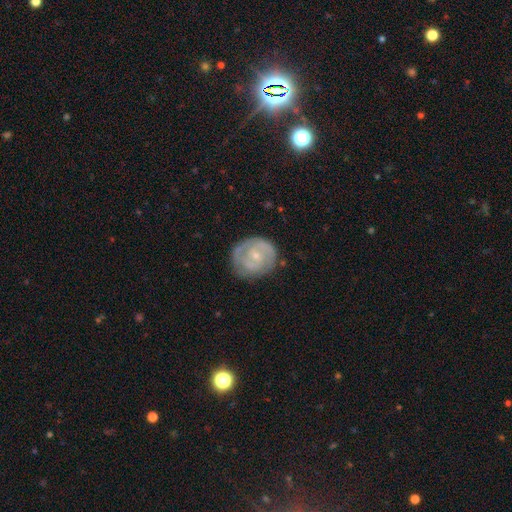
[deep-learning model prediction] Smooth or featured: featured or disk — 72% (smooth — 22%)
Edge-on disk: no — 98% (yes — 2%)
Bar: no — 65% (weak — 30%)
Spiral arms: yes — 84% (no — 16%)
Spiral winding: tight — 60% (medium — 31%)
Spiral arm count: 2 — 53% (can't tell — 26%)
Bulge size: small — 73% (moderate — 23%)
Merging: none — 73% (minor disturbance — 19%)